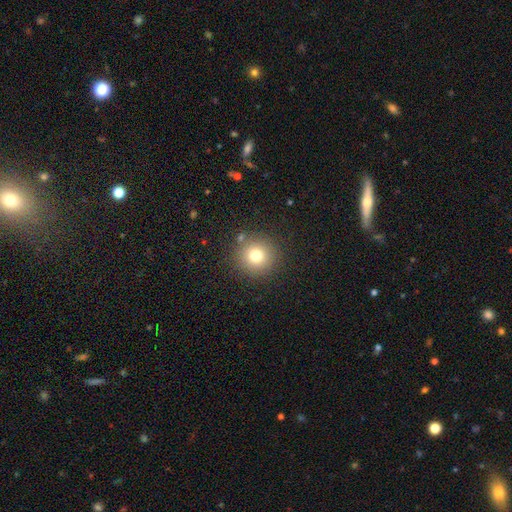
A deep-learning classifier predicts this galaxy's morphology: A smooth galaxy with no disk features (76%) that is round (94%). Merging: none (86%).